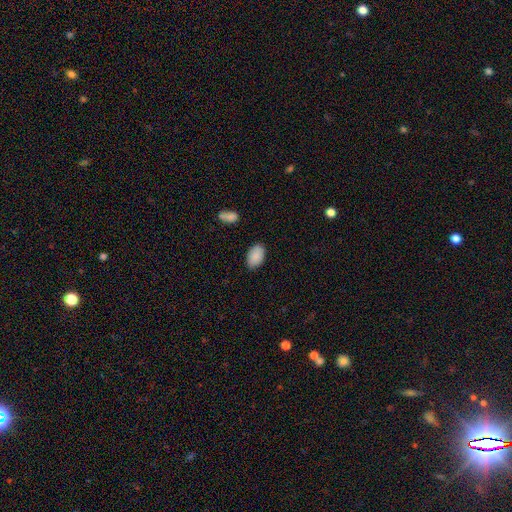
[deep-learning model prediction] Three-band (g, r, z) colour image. It shows a smooth galaxy with no disk features (89%) that is in between round and cigar-shaped (93%). Merging: none (84%).